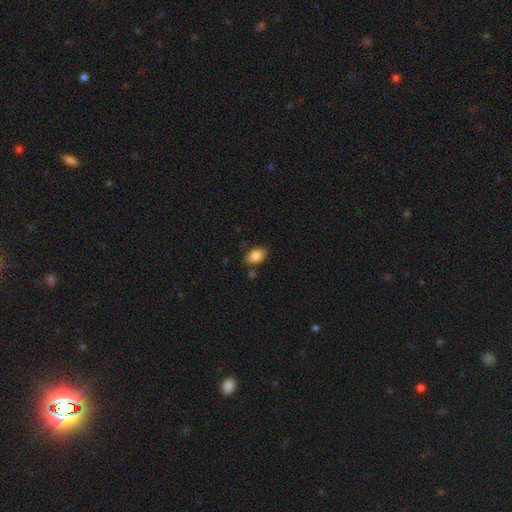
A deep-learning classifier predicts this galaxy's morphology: A smooth galaxy with no disk features (85%) that is in between round and cigar-shaped (86%). Merging: none (78%).